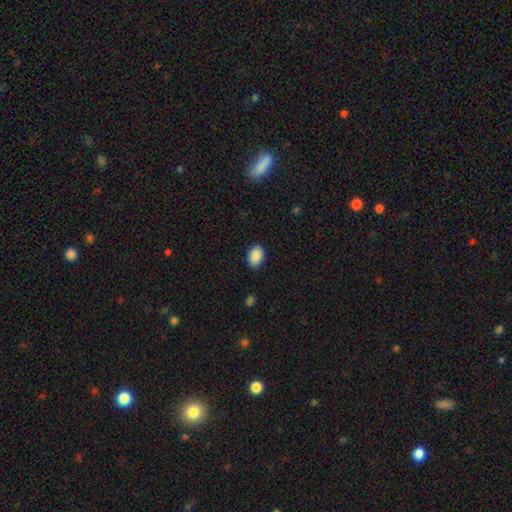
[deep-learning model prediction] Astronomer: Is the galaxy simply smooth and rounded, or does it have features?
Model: smooth — 90%.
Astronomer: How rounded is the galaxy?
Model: in between — 83%.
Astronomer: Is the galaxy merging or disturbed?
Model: none — 88%.